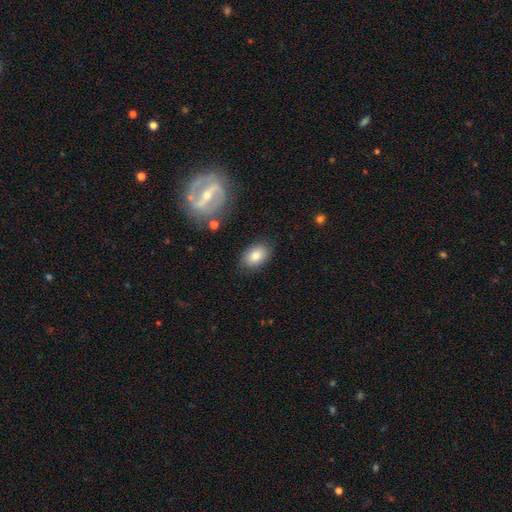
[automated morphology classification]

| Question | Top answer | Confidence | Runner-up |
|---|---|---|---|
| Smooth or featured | smooth | 81% | featured or disk (11%) |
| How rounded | in between | 84% | round (15%) |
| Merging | none | 82% | minor disturbance (13%) |